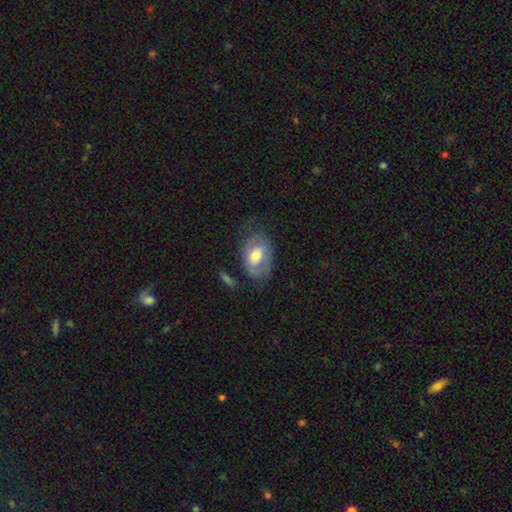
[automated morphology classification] smooth-or-featured: smooth: 47% | featured or disk: 46% | star or artifact: 7%
  merging: none: 52% | minor disturbance: 26% | major disturbance: 19% | merger: 3%